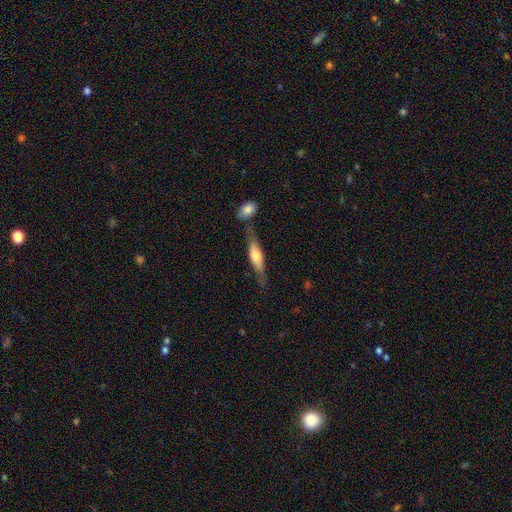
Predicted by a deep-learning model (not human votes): smooth_or_featured: smooth (p=0.51) [alt: featured or disk p=0.44]
how_rounded: cigar-shaped (p=0.70) [alt: in between p=0.28]
merging: none (p=0.61) [alt: minor disturbance p=0.18]